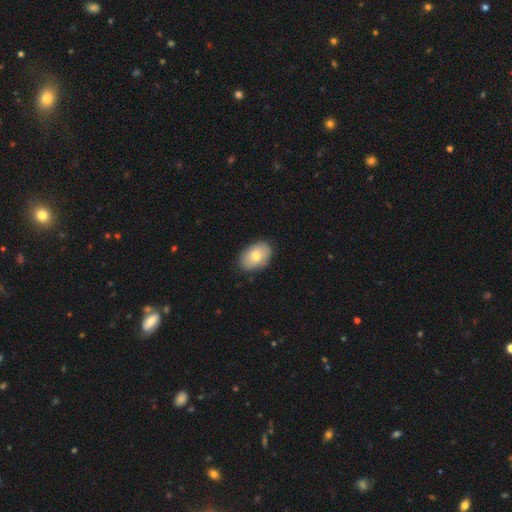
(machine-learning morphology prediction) Smooth or featured? smooth (73%)
How rounded? in between (87%)
Merging? none (86%)